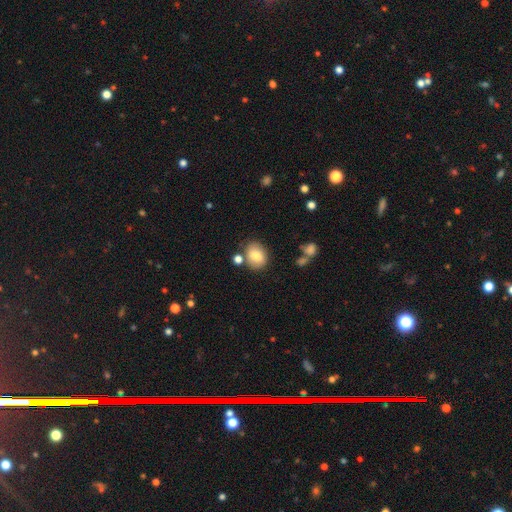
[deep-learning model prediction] Smooth or featured: smooth — 79% (featured or disk — 12%)
How rounded: in between — 51% (round — 48%)
Merging: none — 74% (minor disturbance — 13%)